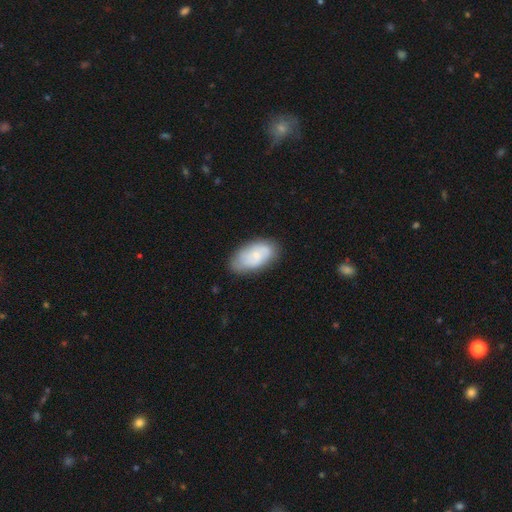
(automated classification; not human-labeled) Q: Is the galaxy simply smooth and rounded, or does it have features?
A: smooth — 57%.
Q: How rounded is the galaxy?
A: in between — 93%.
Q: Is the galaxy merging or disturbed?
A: none — 75%.